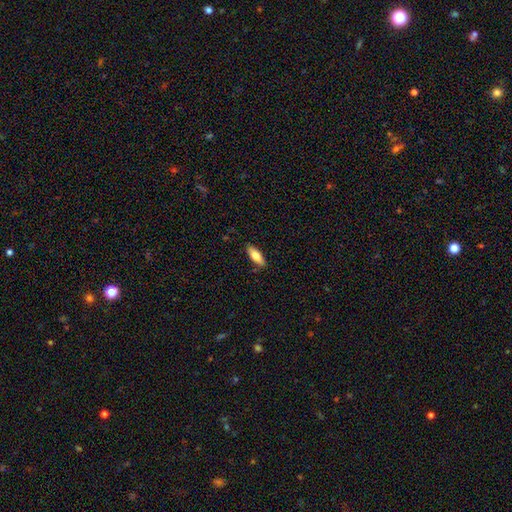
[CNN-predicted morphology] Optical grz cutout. It shows a smooth galaxy with no disk features (72%) that is in between round and cigar-shaped (72%). Merging: none (87%).